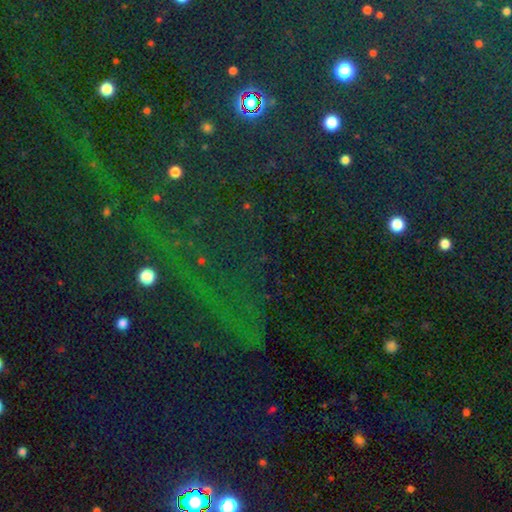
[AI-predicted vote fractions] Q: Smooth or featured?
A: star or artifact (77%); runner-up: smooth (14%)